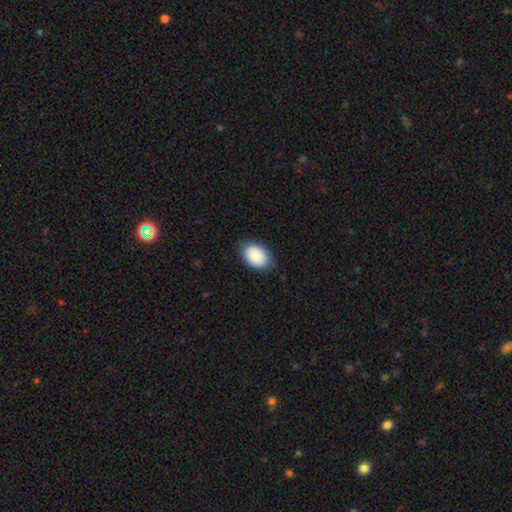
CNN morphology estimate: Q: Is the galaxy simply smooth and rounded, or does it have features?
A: smooth — 89%.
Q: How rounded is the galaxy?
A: in between — 85%.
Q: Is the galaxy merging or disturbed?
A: none — 81%.